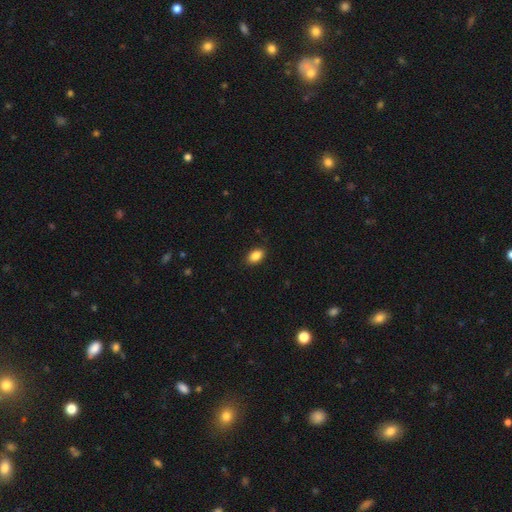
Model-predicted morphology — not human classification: A smooth galaxy with no disk features (88%) that is in between round and cigar-shaped (88%). Merging: none (88%).